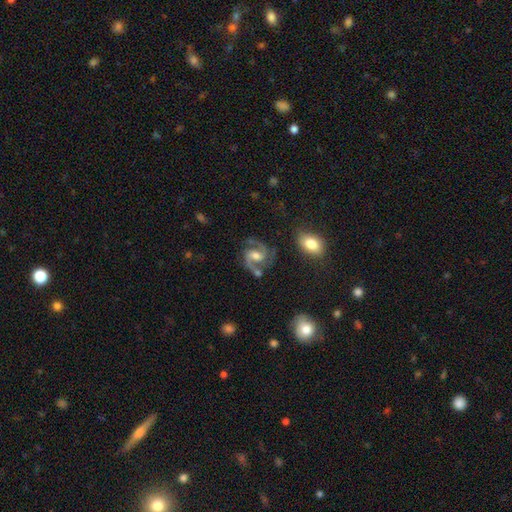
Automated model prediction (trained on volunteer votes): Smooth or featured? featured or disk (90%)
Edge-on disk? no (98%)
Bar? weak (44%)
Spiral arms? yes (98%)
Spiral winding? medium (66%)
Spiral arm count? 2 (93%)
Bulge size? moderate (65%)
Merging? none (72%)